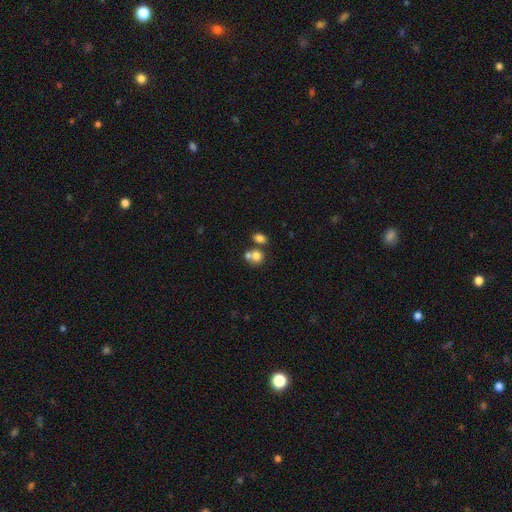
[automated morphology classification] Smooth or featured: smooth — 76% (featured or disk — 13%)
How rounded: round — 65% (in between — 34%)
Merging: merger — 48% (none — 39%)